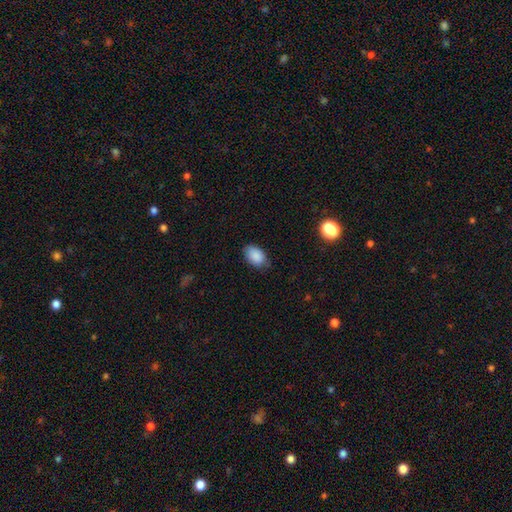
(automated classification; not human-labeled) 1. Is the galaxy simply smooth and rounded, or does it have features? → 88% smooth, 8% star or artifact, 4% featured or disk.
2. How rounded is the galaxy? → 89% in between, 10% round, 1% cigar-shaped.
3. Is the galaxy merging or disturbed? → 75% none, 20% minor disturbance, 3% major disturbance, 1% merger.